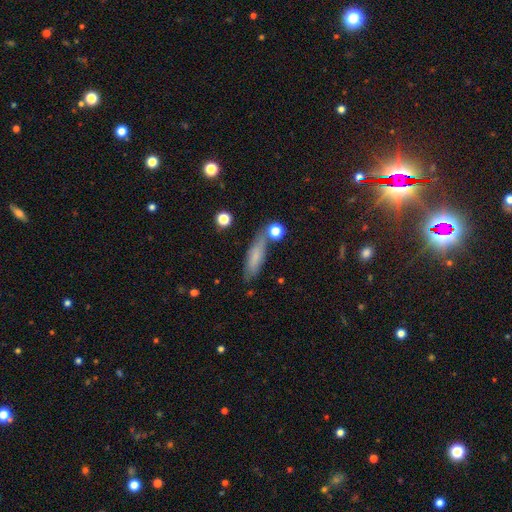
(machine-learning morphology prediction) Smooth or featured?
  - smooth: 68% *
  - featured or disk: 23%
  - star or artifact: 10%
How rounded?
  - cigar-shaped: 60% *
  - in between: 36%
  - round: 4%
Merging?
  - none: 70% *
  - minor disturbance: 17%
  - merger: 8%
  - major disturbance: 5%